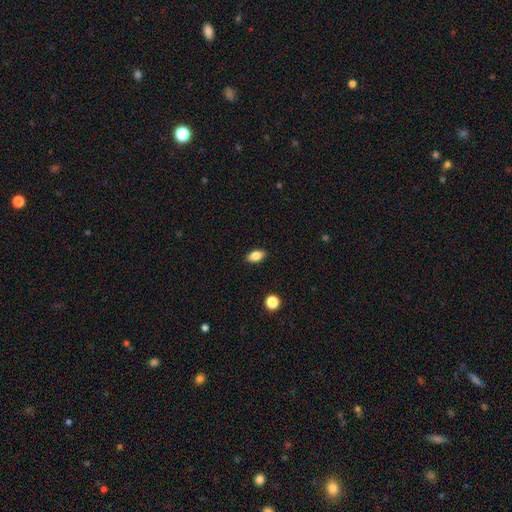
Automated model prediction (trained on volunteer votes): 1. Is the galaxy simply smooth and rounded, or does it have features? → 83% smooth, 9% star or artifact, 8% featured or disk.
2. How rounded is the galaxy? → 89% in between, 7% round, 4% cigar-shaped.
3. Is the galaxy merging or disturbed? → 89% none, 8% minor disturbance, 2% major disturbance, 1% merger.